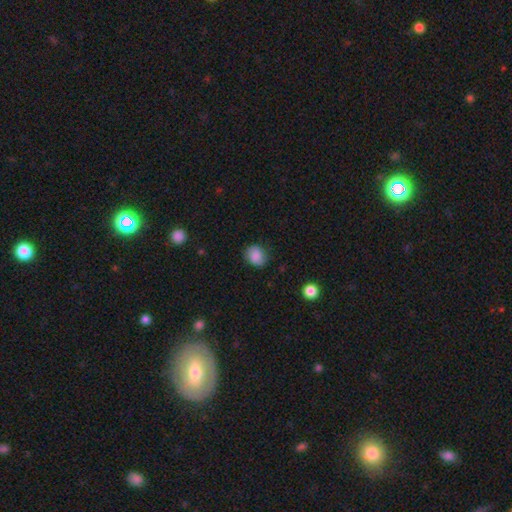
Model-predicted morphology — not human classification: Overall: smooth (81%). How rounded: round (62%; in between 37%). Merging: none (75%).